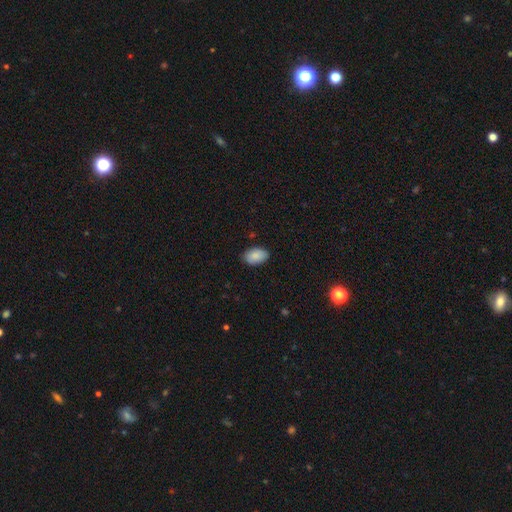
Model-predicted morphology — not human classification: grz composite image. It shows a smooth galaxy with no disk features (87%) that is in between round and cigar-shaped (91%). Merging: none (84%).